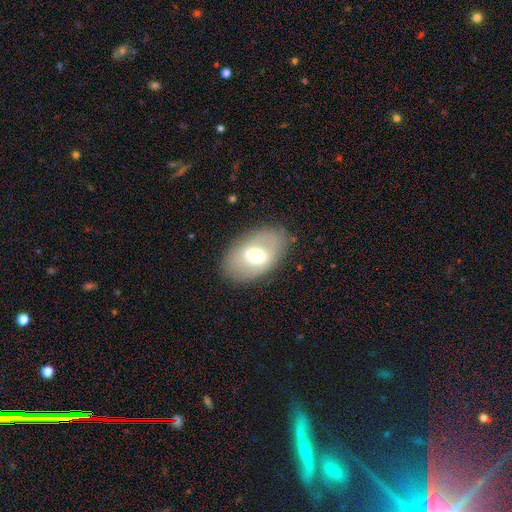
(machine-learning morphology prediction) smooth 48%, featured or disk 44%, star or artifact 8%. Down the decision tree: merging — none (81%).